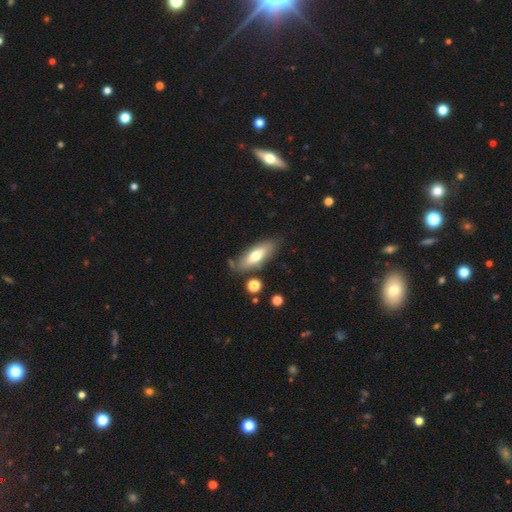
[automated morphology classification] Smooth or featured? smooth (61%)
How rounded? in between (69%)
Merging? none (74%)